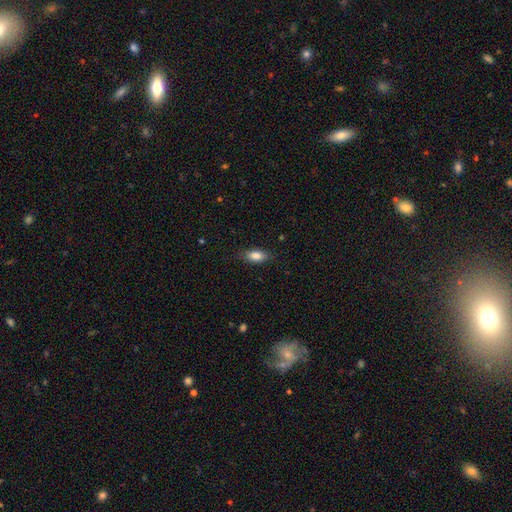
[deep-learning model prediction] A smooth galaxy with no disk features (84%) that is in between round and cigar-shaped (84%). Merging: none (81%).